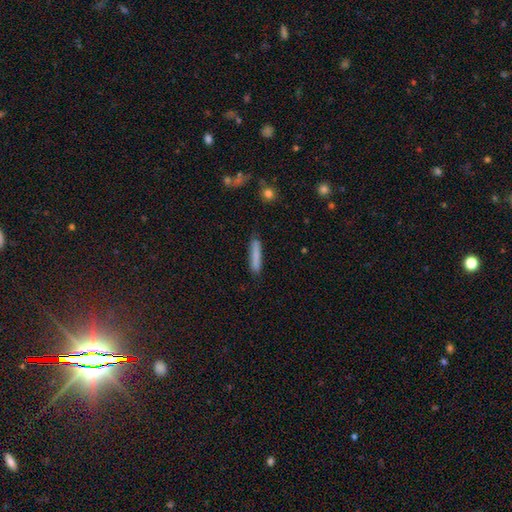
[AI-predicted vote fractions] Q: Smooth or featured?
A: smooth (82%); runner-up: featured or disk (11%)
Q: How rounded?
A: cigar-shaped (91%); runner-up: in between (7%)
Q: Merging?
A: none (86%); runner-up: minor disturbance (11%)